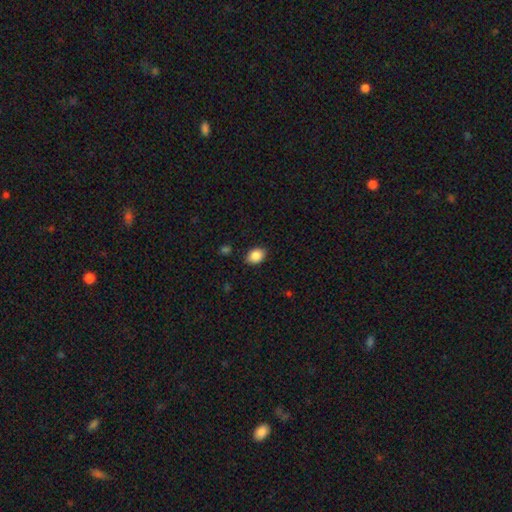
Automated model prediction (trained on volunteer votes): Overall: smooth (88%). How rounded: in between (72%). Merging: none (86%).